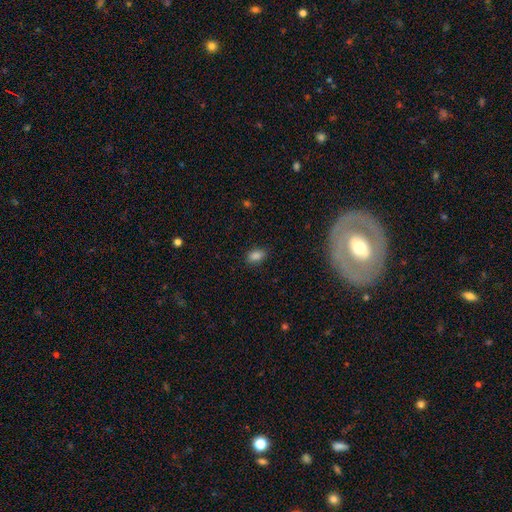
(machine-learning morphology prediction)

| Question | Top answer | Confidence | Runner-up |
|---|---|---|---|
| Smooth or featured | smooth | 85% | star or artifact (11%) |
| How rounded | in between | 85% | round (13%) |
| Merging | none | 85% | minor disturbance (11%) |